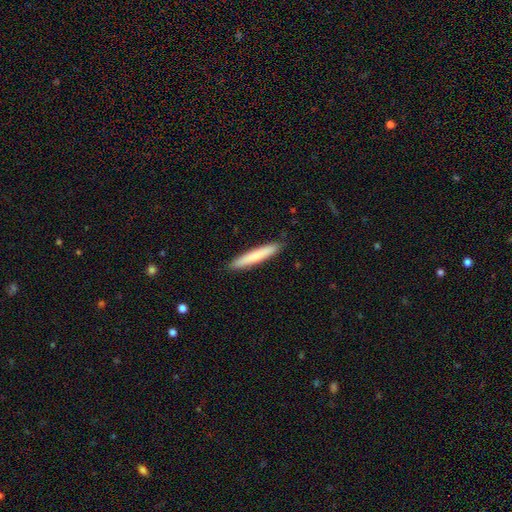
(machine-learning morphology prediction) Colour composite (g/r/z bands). It shows a smooth galaxy with no disk features (75%) that is cigar-shaped (95%). Merging: none (91%).